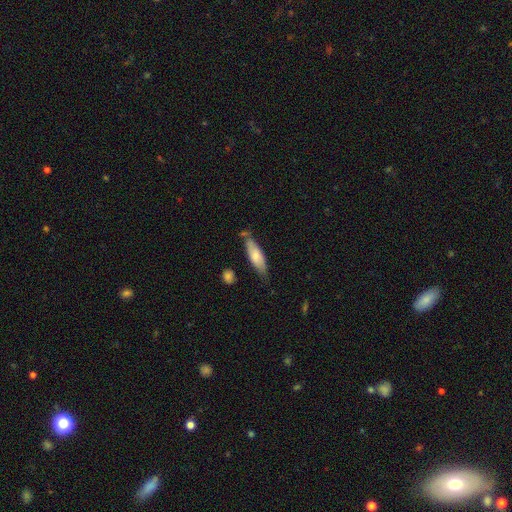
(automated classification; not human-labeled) smooth_or_featured: smooth (p=0.68) [alt: featured or disk p=0.26]
how_rounded: cigar-shaped (p=0.54) [alt: in between p=0.44]
merging: none (p=0.63) [alt: minor disturbance p=0.25]